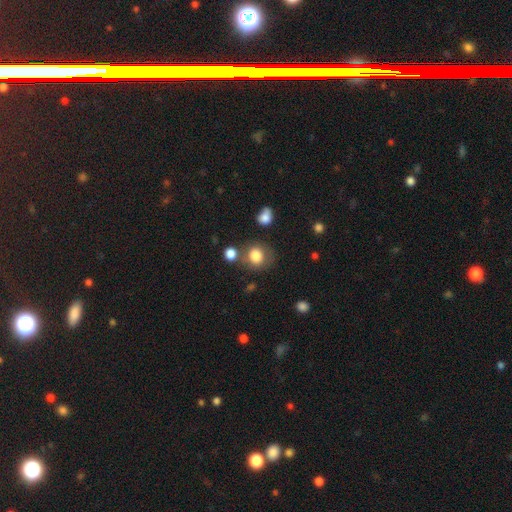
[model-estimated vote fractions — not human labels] smooth_or_featured: smooth (p=0.81) [alt: star or artifact p=0.11]
how_rounded: round (p=0.78) [alt: in between p=0.21]
merging: none (p=0.66) [alt: minor disturbance p=0.15]